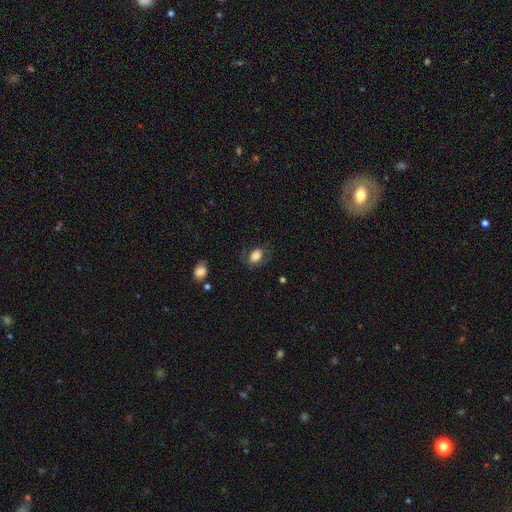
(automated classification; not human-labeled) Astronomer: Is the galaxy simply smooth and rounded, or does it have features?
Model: smooth — 76%.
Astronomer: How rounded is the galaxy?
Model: in between — 78%.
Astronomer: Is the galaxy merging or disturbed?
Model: none — 66%.